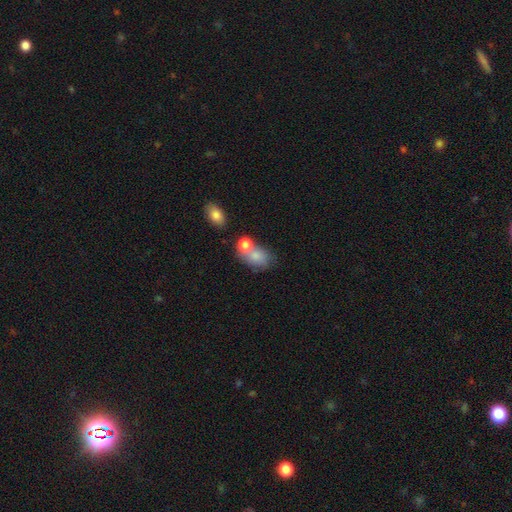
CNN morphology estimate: This appears to be a smooth galaxy with no disk features (78%) that is in between round and cigar-shaped (68%). Merging: none (39%).